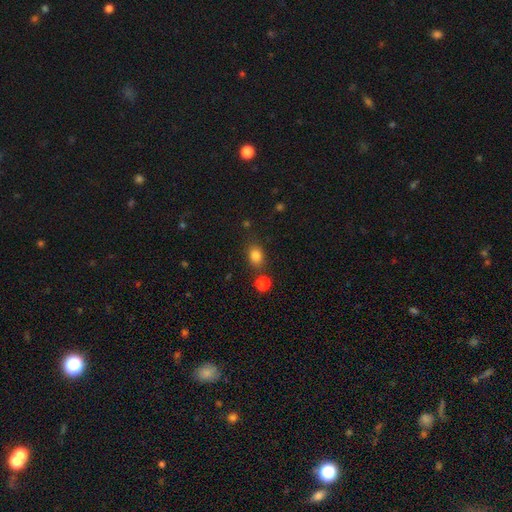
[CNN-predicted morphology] A smooth galaxy with no disk features (82%) that is in between round and cigar-shaped (56%).

Vote fractions:
- Smooth or featured? smooth: 82% / star or artifact: 12% / featured or disk: 6%
- How rounded? in between: 56% / round: 43% / cigar-shaped: 1%
- Merging? none: 76% / minor disturbance: 11% / merger: 9% / major disturbance: 4%